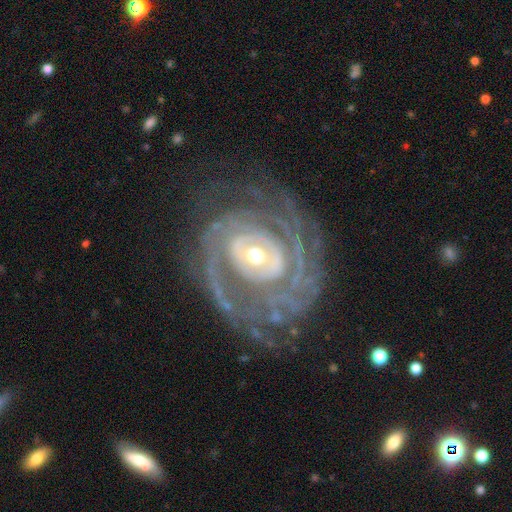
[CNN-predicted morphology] Smooth or featured? Predicted: featured or disk (p=0.89). Edge-on disk? Predicted: no (p=0.97). Bar? Predicted: no (p=0.59). Spiral arms? Predicted: yes (p=0.95). Spiral winding? Predicted: tight (p=0.77). Spiral arm count? Predicted: can't tell (p=0.27). Bulge size? Predicted: moderate (p=0.48). Merging? Predicted: none (p=0.70).